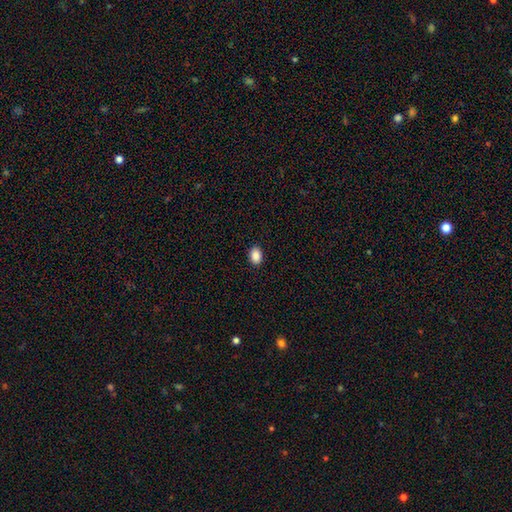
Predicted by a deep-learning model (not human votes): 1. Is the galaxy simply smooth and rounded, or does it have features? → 89% smooth, 8% star or artifact, 3% featured or disk.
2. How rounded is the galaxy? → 80% in between, 19% round, 1% cigar-shaped.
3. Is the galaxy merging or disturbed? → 91% none, 7% minor disturbance, 2% major disturbance, 1% merger.